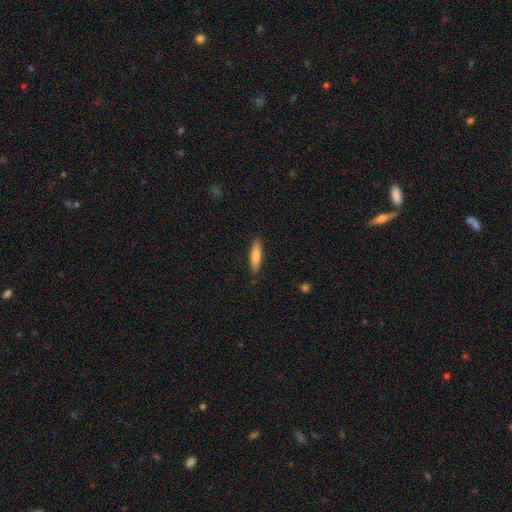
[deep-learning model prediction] smooth-or-featured: smooth: 79% | featured or disk: 15% | star or artifact: 6%
  how-rounded: cigar-shaped: 70% | in between: 29% | round: 2%
  merging: none: 87% | minor disturbance: 10% | major disturbance: 2% | merger: 1%